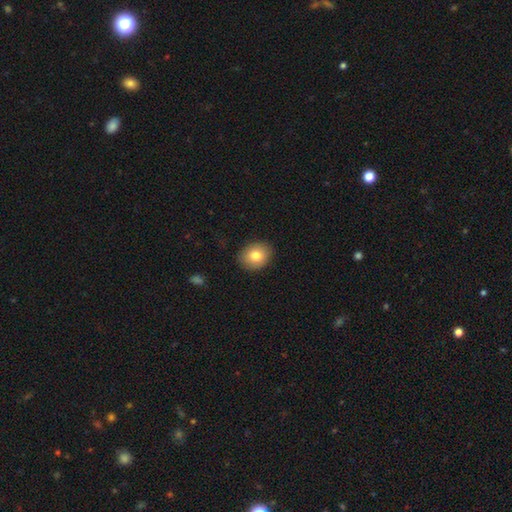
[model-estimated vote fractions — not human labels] Q: Smooth or featured?
A: smooth (81%); runner-up: featured or disk (10%)
Q: How rounded?
A: round (55%); runner-up: in between (44%)
Q: Merging?
A: none (88%); runner-up: minor disturbance (9%)